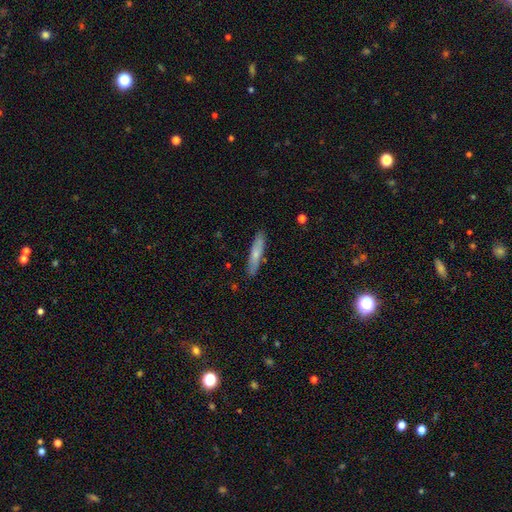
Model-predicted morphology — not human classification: Overall: smooth (51%; featured or disk 40%). How rounded: cigar-shaped (88%). Merging: none (88%).